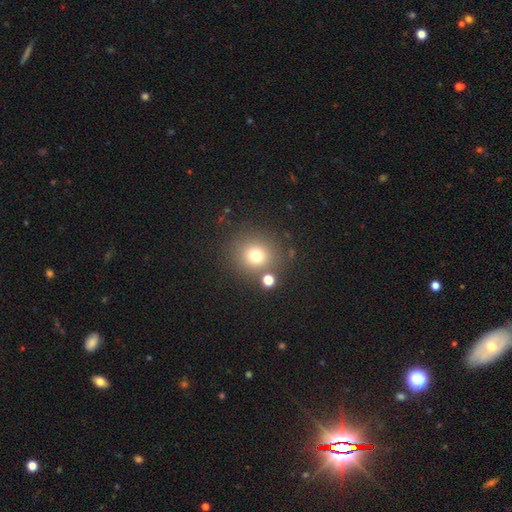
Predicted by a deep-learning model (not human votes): smooth_or_featured: smooth (p=0.73) [alt: star or artifact p=0.16]
how_rounded: round (p=0.91) [alt: in between p=0.08]
merging: none (p=0.80) [alt: minor disturbance p=0.08]